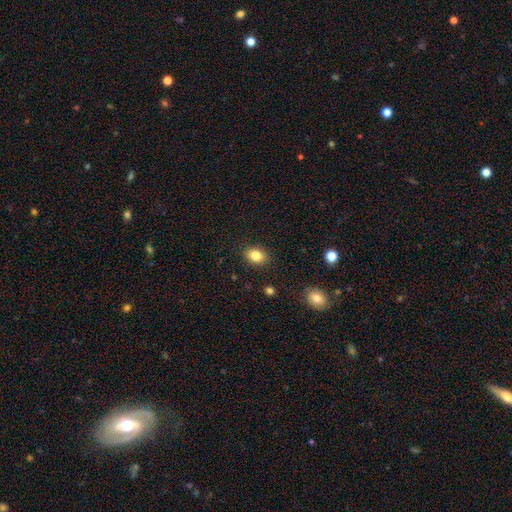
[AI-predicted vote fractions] Q: Smooth or featured?
A: smooth (83%); runner-up: star or artifact (10%)
Q: How rounded?
A: in between (54%); runner-up: round (45%)
Q: Merging?
A: none (88%); runner-up: minor disturbance (9%)